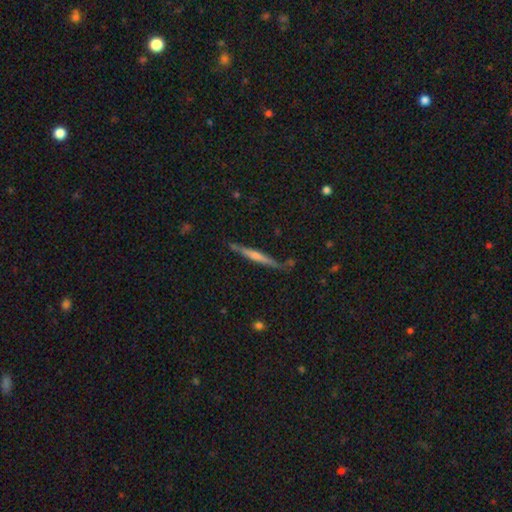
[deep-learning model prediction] featured or disk 67%, smooth 25%, star or artifact 8%. Down the decision tree: edge-on disk — yes (97%); edge-on bulge — rounded (59%); merging — none (84%).